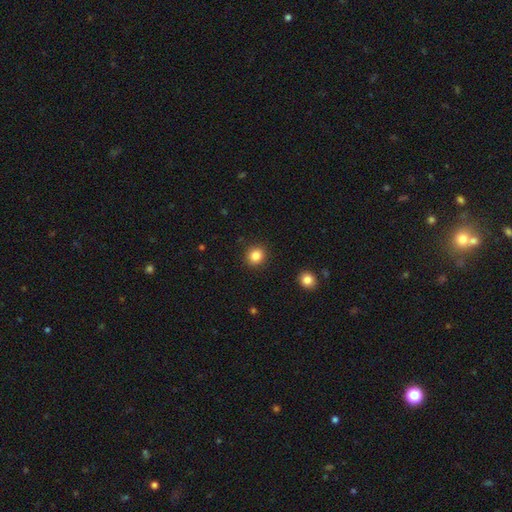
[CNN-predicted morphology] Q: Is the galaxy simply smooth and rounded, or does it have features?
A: smooth — 85%.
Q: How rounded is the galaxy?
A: round — 80%.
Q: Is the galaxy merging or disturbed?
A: none — 91%.